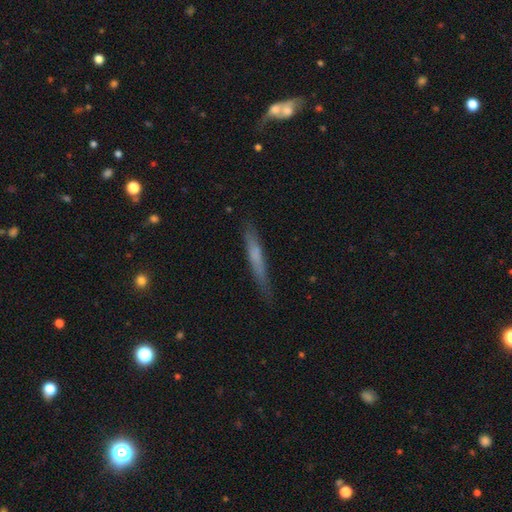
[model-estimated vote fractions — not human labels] Smooth or featured? Predicted: smooth (p=0.59). How rounded? Predicted: cigar-shaped (p=0.94). Merging? Predicted: none (p=0.81).